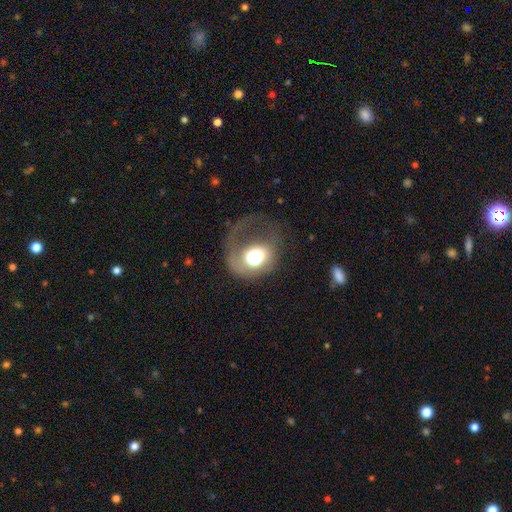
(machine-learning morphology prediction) smooth-or-featured: smooth: 43% (tied) | featured or disk: 43% (tied) | star or artifact: 14%
  merging: major disturbance: 52% | none: 28% | minor disturbance: 15% | merger: 5%